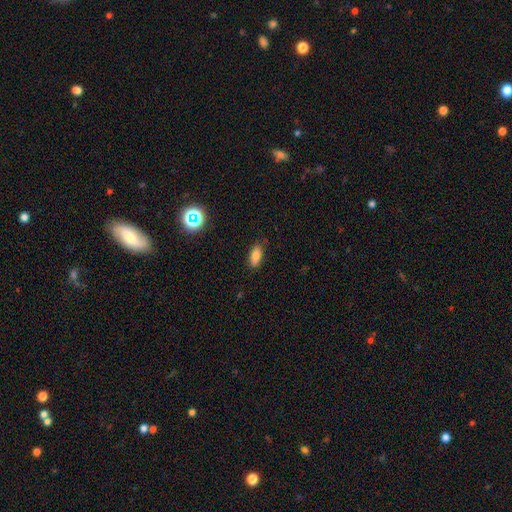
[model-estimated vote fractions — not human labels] Smooth or featured?
  - smooth: 80% *
  - star or artifact: 11%
  - featured or disk: 9%
How rounded?
  - in between: 85% *
  - cigar-shaped: 12%
  - round: 4%
Merging?
  - none: 81% *
  - minor disturbance: 15%
  - major disturbance: 3%
  - merger: 1%